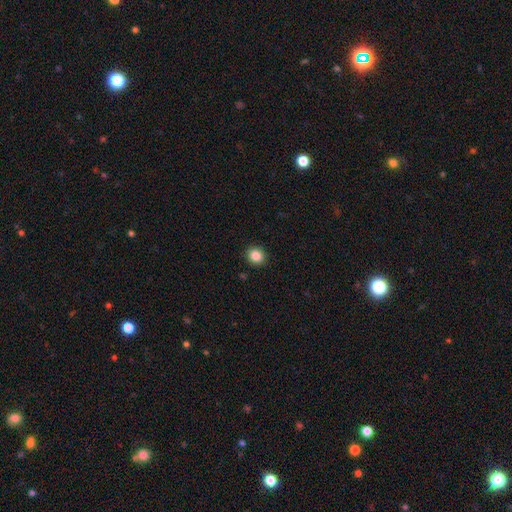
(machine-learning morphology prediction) Q: Smooth or featured?
A: smooth (86%); runner-up: star or artifact (10%)
Q: How rounded?
A: round (79%); runner-up: in between (20%)
Q: Merging?
A: none (91%); runner-up: minor disturbance (6%)